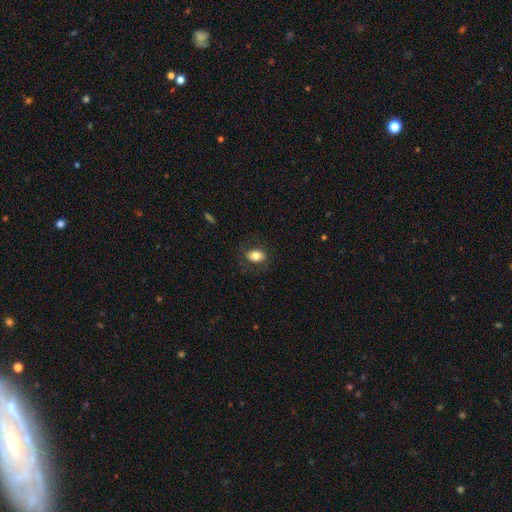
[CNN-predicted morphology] smooth 75%, featured or disk 17%, star or artifact 8%. Down the decision tree: how rounded — in between (79%); merging — none (77%).